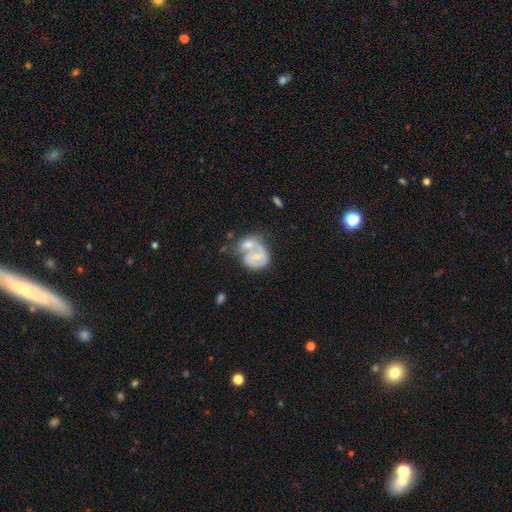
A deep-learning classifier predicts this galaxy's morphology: Smooth or featured: featured or disk — 61% (smooth — 33%)
Edge-on disk: no — 98% (yes — 2%)
Bar: no — 59% (weak — 33%)
Spiral arms: yes — 70% (no — 30%)
Bulge size: small — 50% (moderate — 41%)
Merging: merger — 65% (none — 17%)